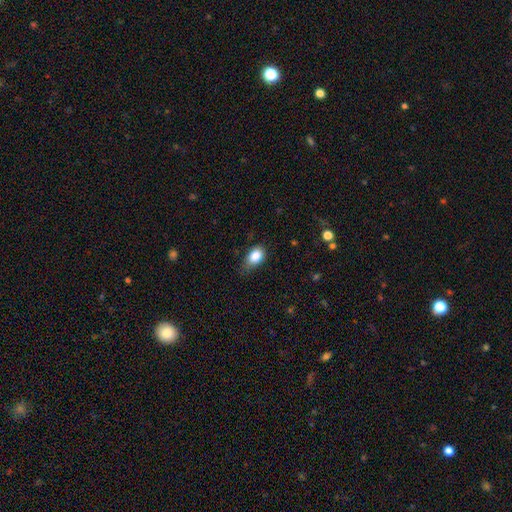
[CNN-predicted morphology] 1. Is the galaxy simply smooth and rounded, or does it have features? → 85% smooth, 9% star or artifact, 7% featured or disk.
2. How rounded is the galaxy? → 77% in between, 21% round, 2% cigar-shaped.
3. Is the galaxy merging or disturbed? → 53% none, 36% minor disturbance, 9% major disturbance, 2% merger.